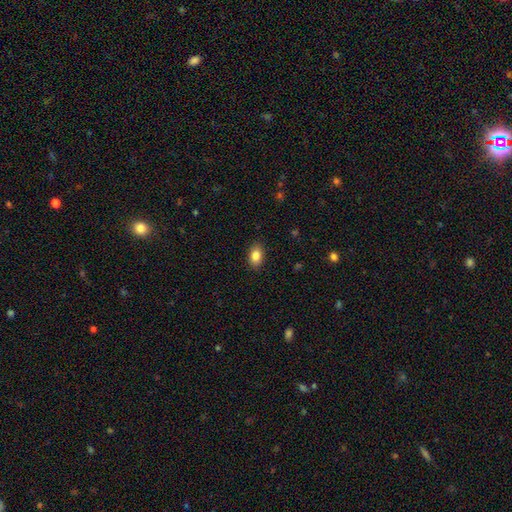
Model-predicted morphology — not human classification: Smooth or featured?
  - smooth: 85% *
  - star or artifact: 8%
  - featured or disk: 7%
How rounded?
  - in between: 87% *
  - round: 11%
  - cigar-shaped: 2%
Merging?
  - none: 88% *
  - minor disturbance: 9%
  - major disturbance: 2%
  - merger: 1%